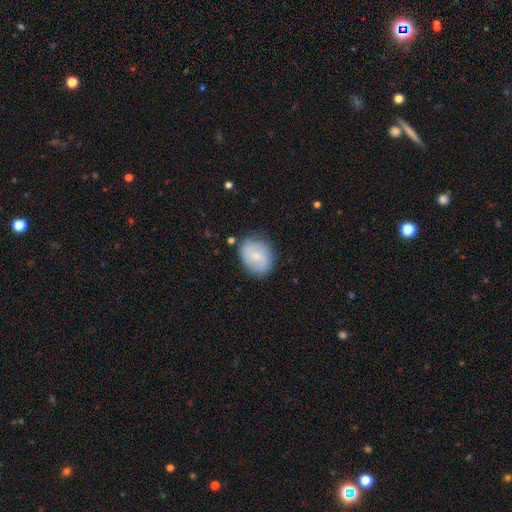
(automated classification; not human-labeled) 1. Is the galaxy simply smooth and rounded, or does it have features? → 52% smooth, 41% featured or disk, 7% star or artifact.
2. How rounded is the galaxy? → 50% in between, 49% round, 1% cigar-shaped.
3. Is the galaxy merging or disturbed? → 78% none, 16% minor disturbance, 4% major disturbance, 2% merger.